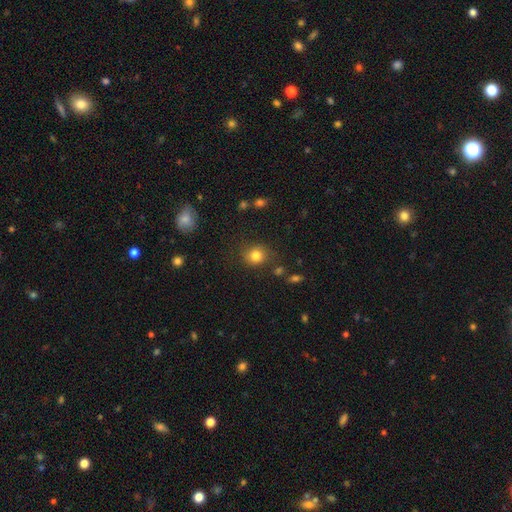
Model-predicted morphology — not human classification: Smooth or featured?
  - smooth: 82% *
  - star or artifact: 12%
  - featured or disk: 7%
How rounded?
  - round: 82% *
  - in between: 17%
  - cigar-shaped: 1%
Merging?
  - none: 78% *
  - minor disturbance: 14%
  - major disturbance: 5%
  - merger: 3%